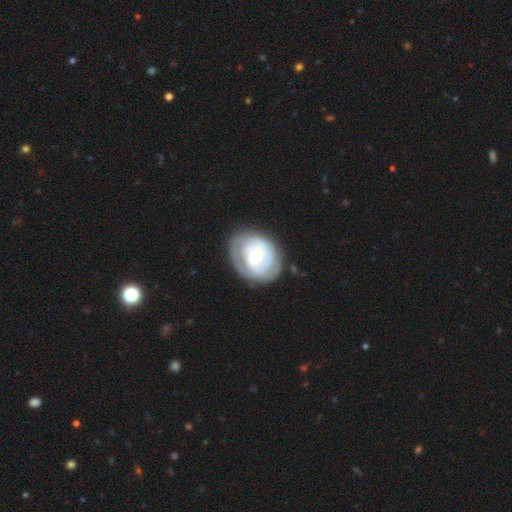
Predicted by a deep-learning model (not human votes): Smooth or featured? featured or disk (79%)
Edge-on disk? no (98%)
Bar? no (68%)
Spiral arms? yes (89%)
Spiral winding? tight (65%)
Spiral arm count? 2 (39%)
Bulge size? moderate (57%)
Merging? none (74%)